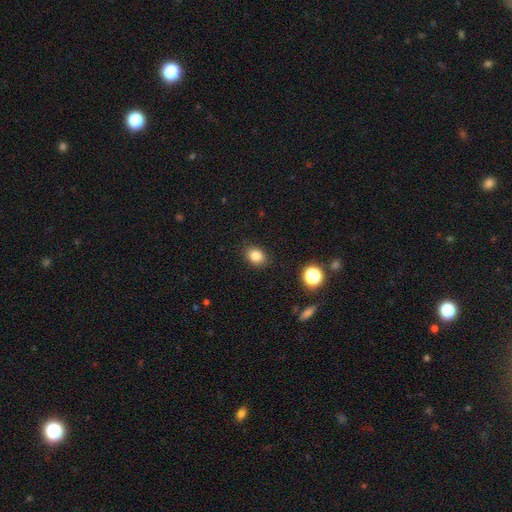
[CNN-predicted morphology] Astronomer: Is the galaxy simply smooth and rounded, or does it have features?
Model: smooth — 83%.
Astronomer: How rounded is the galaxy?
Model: round — 51% (runner-up: in between, 48%).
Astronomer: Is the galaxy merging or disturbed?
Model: none — 87%.